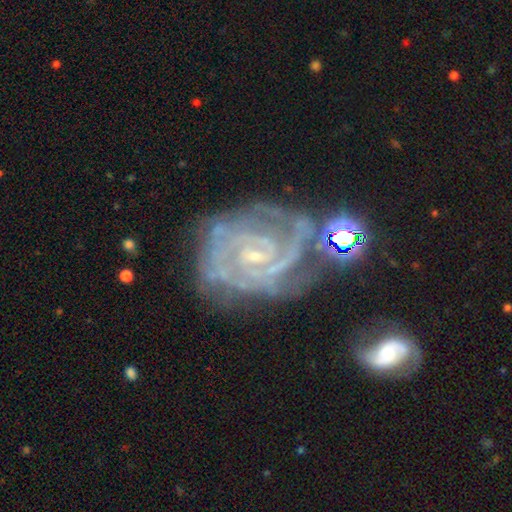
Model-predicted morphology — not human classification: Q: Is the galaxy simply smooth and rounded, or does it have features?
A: featured or disk — 88%.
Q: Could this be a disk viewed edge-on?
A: no — 98%.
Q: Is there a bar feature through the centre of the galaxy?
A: no — 45%.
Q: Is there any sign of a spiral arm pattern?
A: yes — 97%.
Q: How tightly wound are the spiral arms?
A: tight — 68%.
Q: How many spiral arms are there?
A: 2 — 29%.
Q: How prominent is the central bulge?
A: small — 78%.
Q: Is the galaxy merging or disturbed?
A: none — 57%.